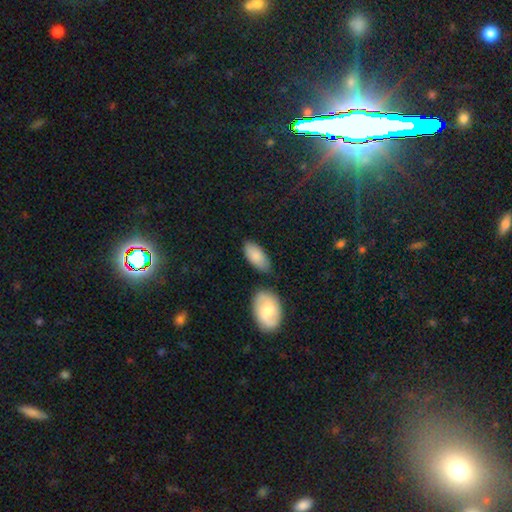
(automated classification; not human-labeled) This appears to be a smooth galaxy with no disk features (84%) that is in between round and cigar-shaped (91%). Merging: none (70%).